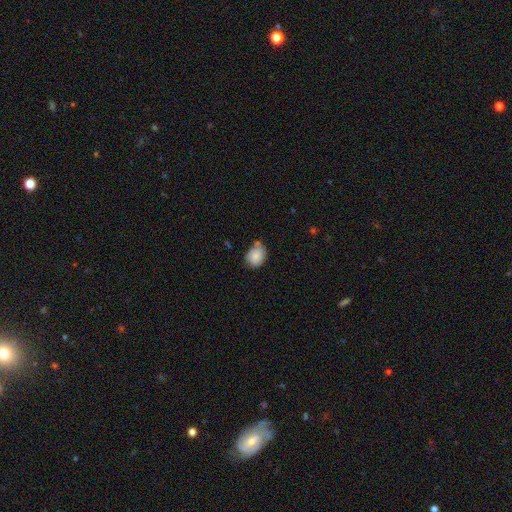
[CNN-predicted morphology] smooth-or-featured: smooth: 84% | featured or disk: 9% | star or artifact: 7%
  how-rounded: in between: 58% | round: 41% | cigar-shaped: 1%
  merging: none: 57% | minor disturbance: 29% | merger: 8% | major disturbance: 6%